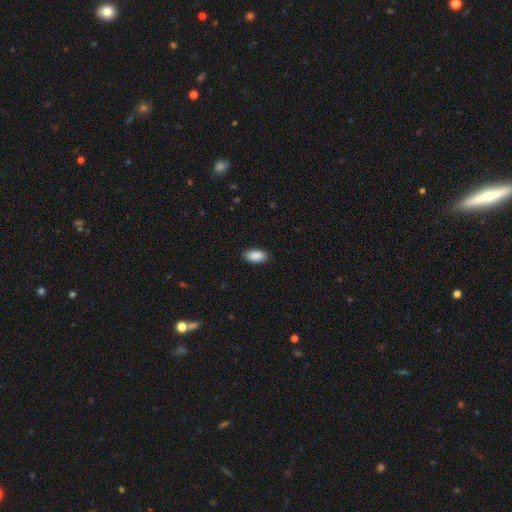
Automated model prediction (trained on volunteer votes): smooth 90%, star or artifact 6%, featured or disk 4%. Down the decision tree: how rounded — in between (93%); merging — none (89%).